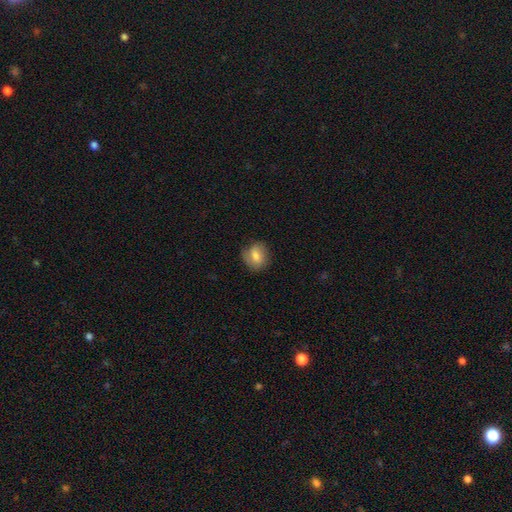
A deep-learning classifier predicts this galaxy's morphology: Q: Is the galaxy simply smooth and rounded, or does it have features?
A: smooth — 73%.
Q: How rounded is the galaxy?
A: round — 57%.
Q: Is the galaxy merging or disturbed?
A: none — 76%.